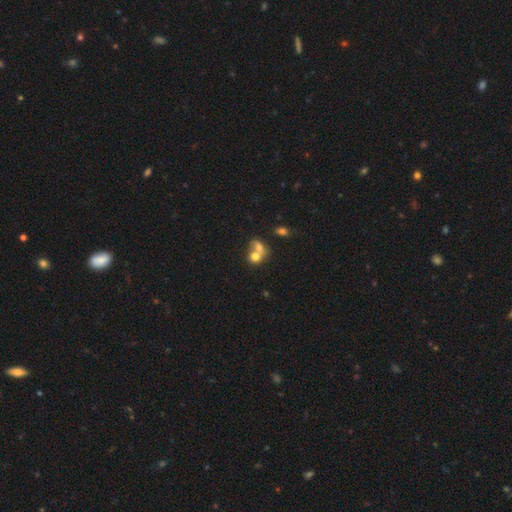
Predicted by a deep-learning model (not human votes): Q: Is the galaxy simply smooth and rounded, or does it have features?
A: smooth — 70%.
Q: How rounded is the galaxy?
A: round — 58%.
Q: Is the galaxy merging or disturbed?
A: merger — 69%.